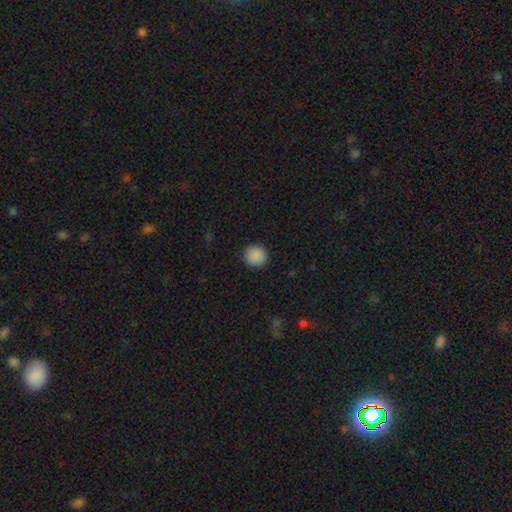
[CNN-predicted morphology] smooth 89%, star or artifact 8%, featured or disk 2%. Down the decision tree: how rounded — round (93%); merging — none (92%).